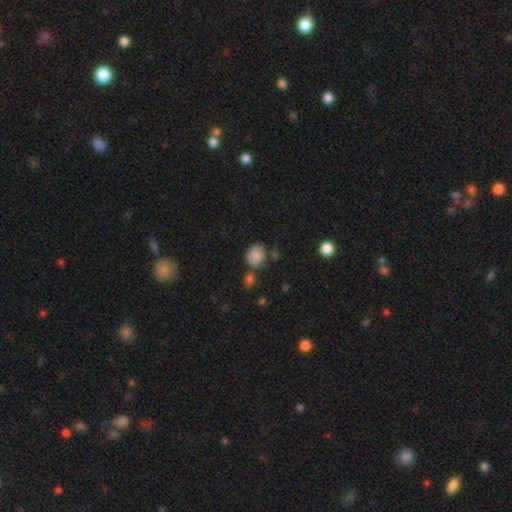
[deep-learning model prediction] smooth 83%, star or artifact 10%, featured or disk 7%. Down the decision tree: how rounded — round (66%); merging — none (64%).